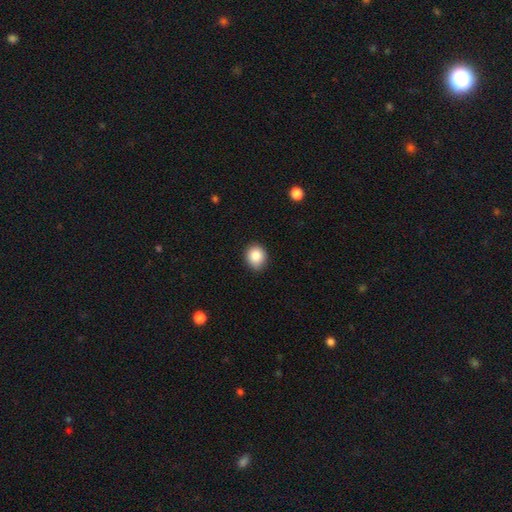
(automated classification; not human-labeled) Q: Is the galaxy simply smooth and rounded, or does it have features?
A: smooth — 86%.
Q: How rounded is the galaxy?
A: round — 75%.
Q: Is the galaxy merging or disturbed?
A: none — 85%.